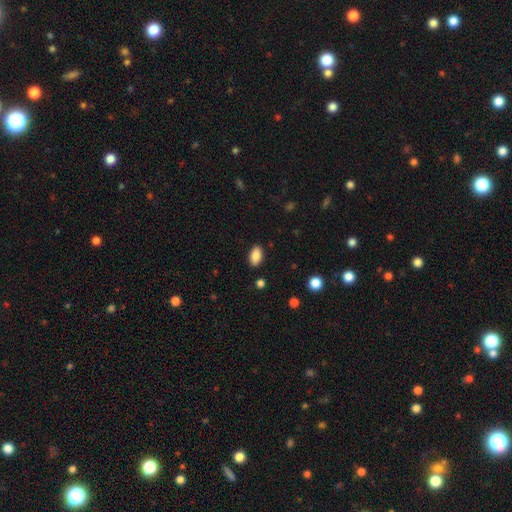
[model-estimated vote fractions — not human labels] Overall: smooth (87%). How rounded: in between (92%). Merging: none (88%).